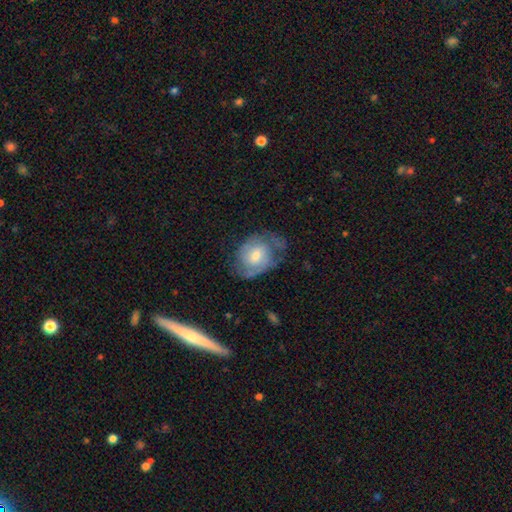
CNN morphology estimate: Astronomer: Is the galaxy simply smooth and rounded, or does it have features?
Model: featured or disk — 64%.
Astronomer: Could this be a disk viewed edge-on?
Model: no — 97%.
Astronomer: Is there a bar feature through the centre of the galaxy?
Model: no — 54% (runner-up: weak, 39%).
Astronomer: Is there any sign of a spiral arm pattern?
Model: yes — 83%.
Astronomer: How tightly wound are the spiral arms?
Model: medium — 42% (runner-up: tight, 40%).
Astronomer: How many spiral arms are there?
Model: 2 — 60%.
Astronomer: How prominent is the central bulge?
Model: moderate — 55% (runner-up: small, 36%).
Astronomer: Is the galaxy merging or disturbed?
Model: none — 51% (runner-up: minor disturbance, 28%).